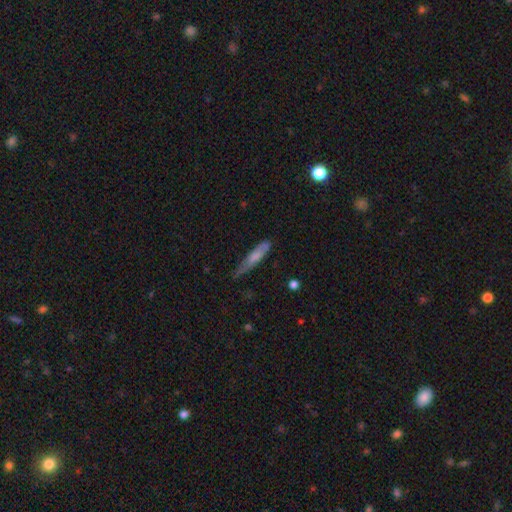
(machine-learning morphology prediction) smooth_or_featured: smooth (p=0.63) [alt: featured or disk p=0.30]
how_rounded: cigar-shaped (p=0.86) [alt: in between p=0.13]
merging: none (p=0.56) [alt: minor disturbance p=0.33]